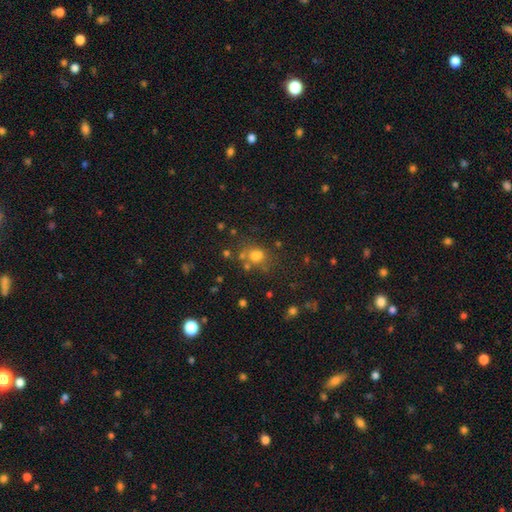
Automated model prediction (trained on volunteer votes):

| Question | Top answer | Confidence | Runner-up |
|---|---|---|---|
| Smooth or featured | smooth | 68% | star or artifact (22%) |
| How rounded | round | 70% | in between (28%) |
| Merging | none | 63% | merger (16%) |